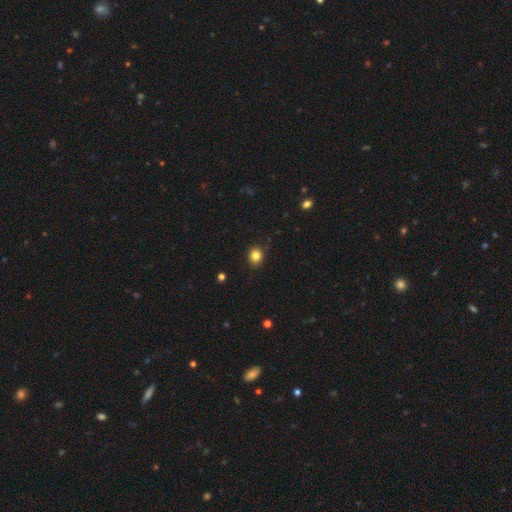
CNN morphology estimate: The model was most divided on "how rounded": round: 69%, in between: 30%, cigar-shaped: 1%. More confident: merging — none (85%); smooth or featured — smooth (83%).